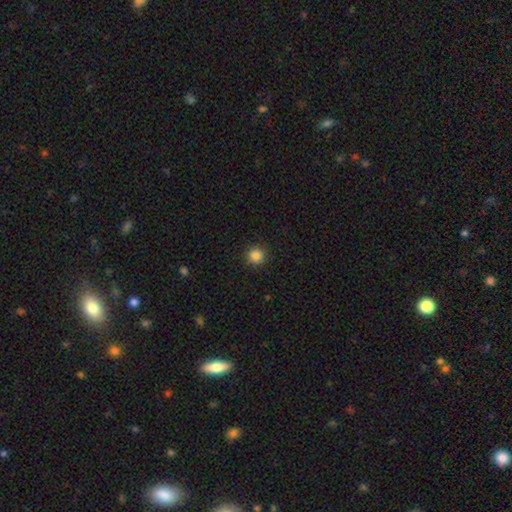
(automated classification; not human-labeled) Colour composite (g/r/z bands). It shows a smooth galaxy with no disk features (85%) that is round (95%). Merging: none (92%).